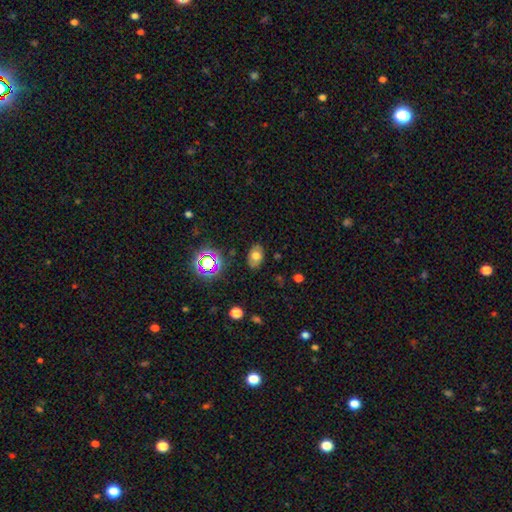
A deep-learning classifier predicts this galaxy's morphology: type=smooth (68%); roundness=in between (83%); merging=none (82%).